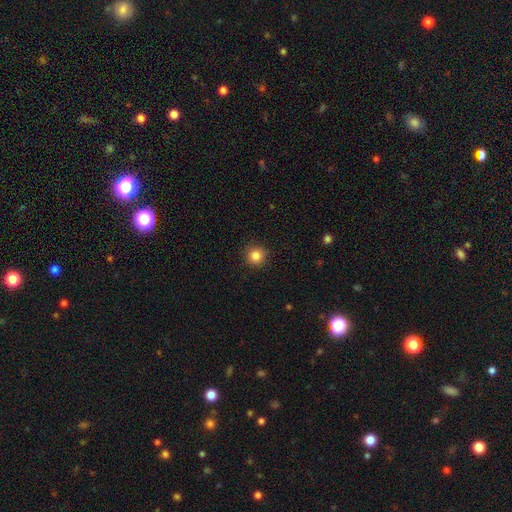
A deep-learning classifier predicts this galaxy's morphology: A smooth galaxy with no disk features (85%) that is round (94%). Merging: none (91%).